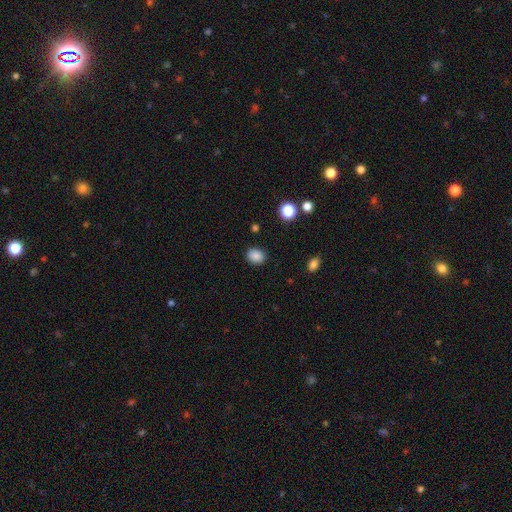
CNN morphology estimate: Smooth or featured: smooth — 87% (star or artifact — 10%)
How rounded: round — 51% (in between — 48%)
Merging: none — 88% (minor disturbance — 8%)